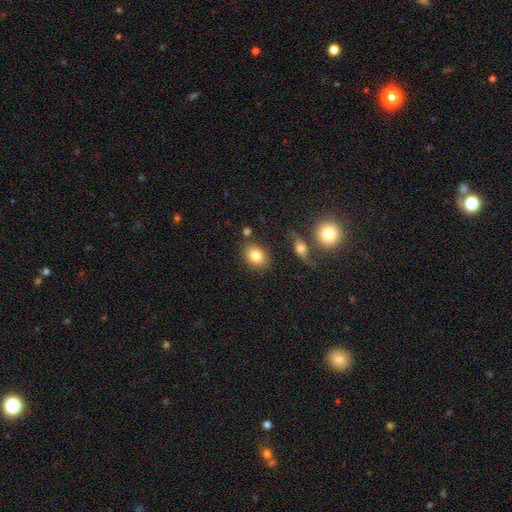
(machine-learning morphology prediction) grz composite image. It shows a smooth galaxy with no disk features (81%) that is in between round and cigar-shaped (65%). Merging: none (80%).